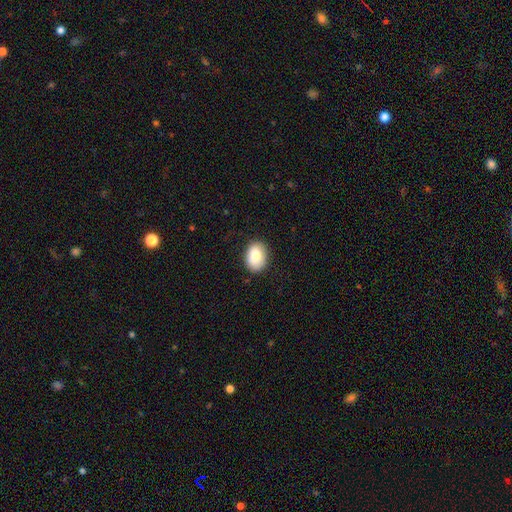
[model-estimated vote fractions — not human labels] Q: Smooth or featured?
A: smooth (83%); runner-up: featured or disk (10%)
Q: How rounded?
A: in between (75%); runner-up: round (24%)
Q: Merging?
A: none (84%); runner-up: minor disturbance (13%)